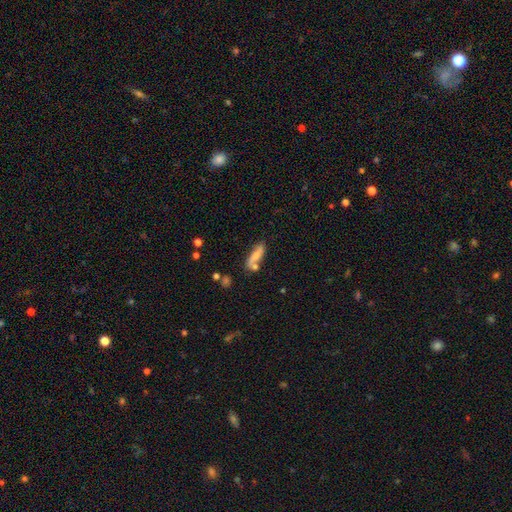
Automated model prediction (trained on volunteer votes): smooth_or_featured: smooth (p=0.58) [alt: featured or disk p=0.34]
how_rounded: cigar-shaped (p=0.51) [alt: in between p=0.46]
merging: none (p=0.57) [alt: minor disturbance p=0.21]